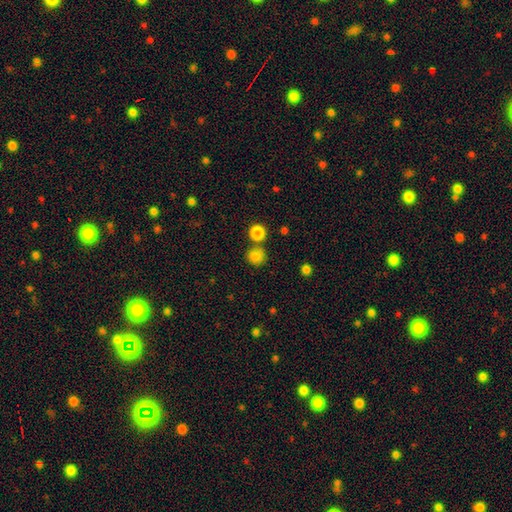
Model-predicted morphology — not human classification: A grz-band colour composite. It shows a smooth galaxy with no disk features (83%) that is round (89%). Merging: none (70%).